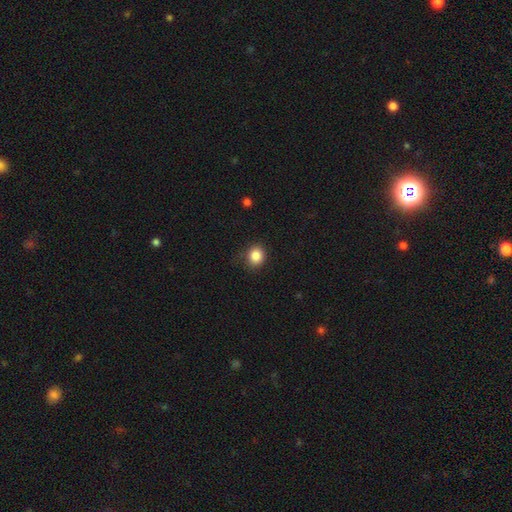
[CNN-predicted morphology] Q: Smooth or featured?
A: smooth (85%); runner-up: star or artifact (10%)
Q: How rounded?
A: round (79%); runner-up: in between (20%)
Q: Merging?
A: none (83%); runner-up: minor disturbance (13%)